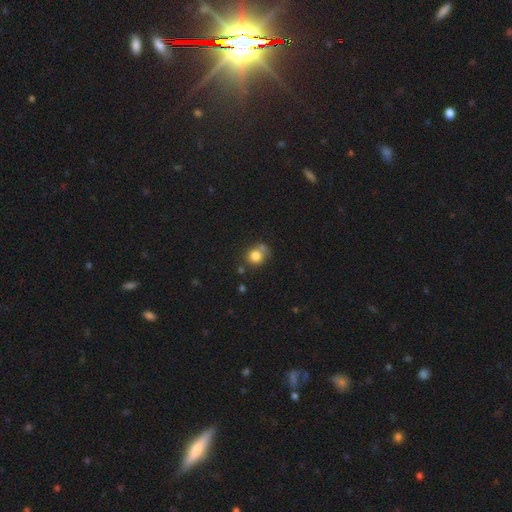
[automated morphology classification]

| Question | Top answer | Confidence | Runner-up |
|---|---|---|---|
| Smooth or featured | smooth | 80% | star or artifact (11%) |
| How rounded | round | 80% | in between (19%) |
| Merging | none | 53% | merger (20%) |